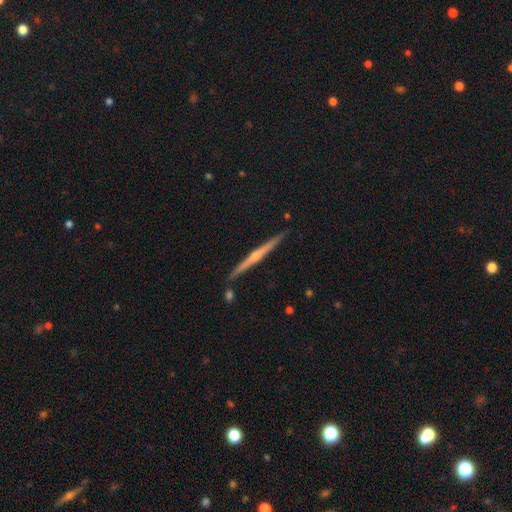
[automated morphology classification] This appears to be a featured or disk galaxy (79%) viewed edge-on (98%) with a rounded central bulge (75%). Merging: none (87%).